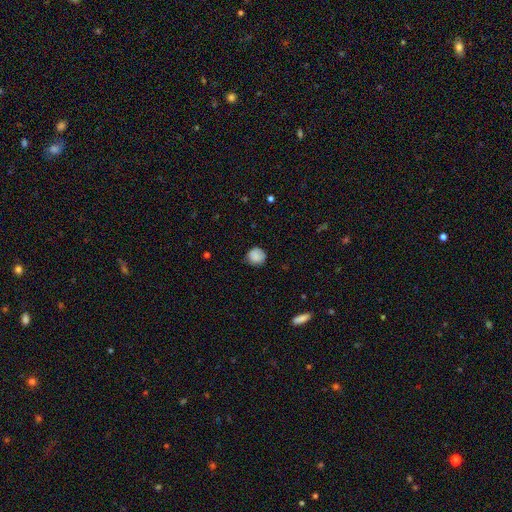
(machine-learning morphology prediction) This appears to be a smooth galaxy with no disk features (85%) that is round (90%). Merging: none (80%).